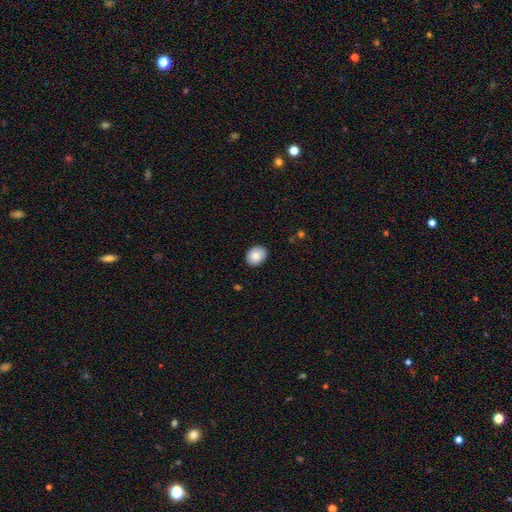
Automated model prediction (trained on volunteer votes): smooth_or_featured: smooth (p=0.85) [alt: featured or disk p=0.08]
how_rounded: round (p=0.54) [alt: in between p=0.45]
merging: none (p=0.88) [alt: minor disturbance p=0.09]